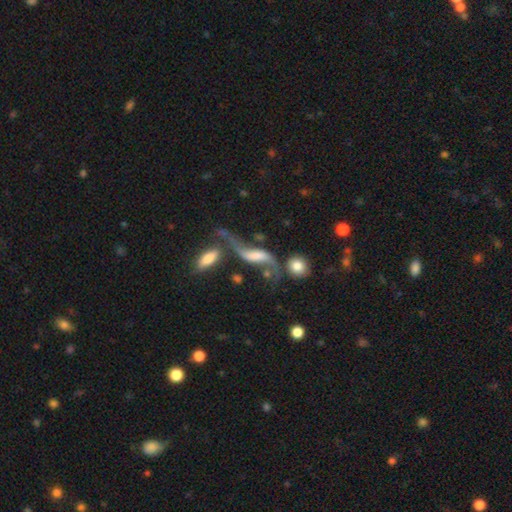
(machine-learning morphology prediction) Q: Smooth or featured?
A: featured or disk (77%); runner-up: smooth (15%)
Q: Edge-on disk?
A: no (90%); runner-up: yes (10%)
Q: Bar?
A: no (39%); runner-up: weak (36%)
Q: Spiral arms?
A: yes (91%); runner-up: no (9%)
Q: Spiral winding?
A: loose (94%); runner-up: medium (4%)
Q: Spiral arm count?
A: 2 (92%); runner-up: 1 (3%)
Q: Bulge size?
A: none (41%); runner-up: small (21%)
Q: Merging?
A: none (42%); runner-up: merger (21%)